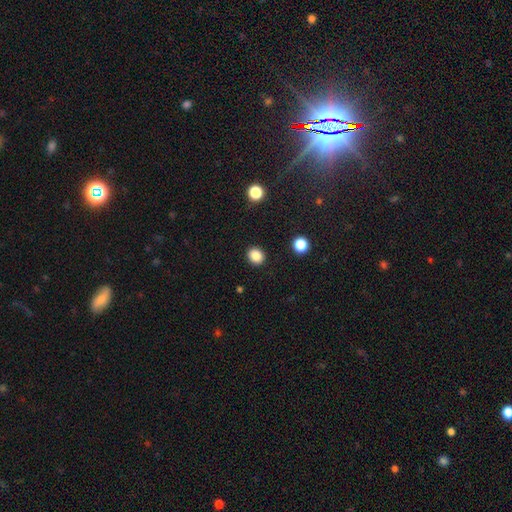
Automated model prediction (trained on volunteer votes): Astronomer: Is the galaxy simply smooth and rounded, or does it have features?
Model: smooth — 86%.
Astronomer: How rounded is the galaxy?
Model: round — 67%.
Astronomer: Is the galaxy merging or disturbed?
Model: none — 90%.